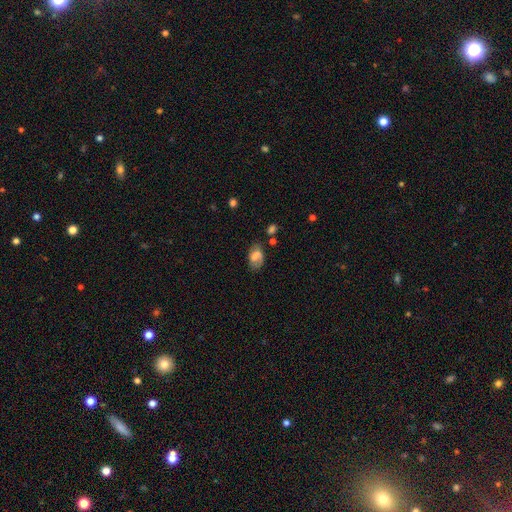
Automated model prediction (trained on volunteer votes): Morphology: type=smooth (57%); roundness=in between (89%); merging=none (66%).